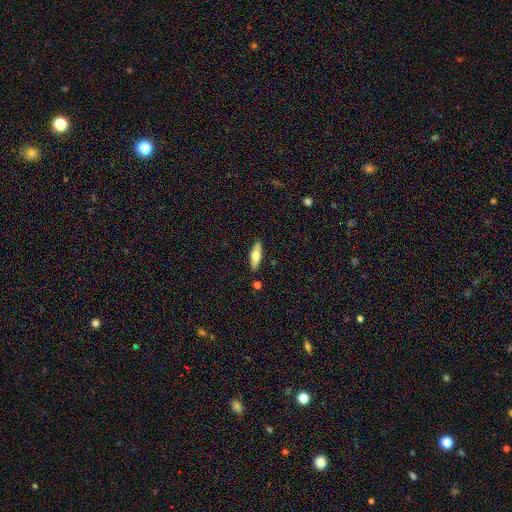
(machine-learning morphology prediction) smooth 63%, featured or disk 31%, star or artifact 6%. Down the decision tree: how rounded — in between (52%); merging — none (87%).